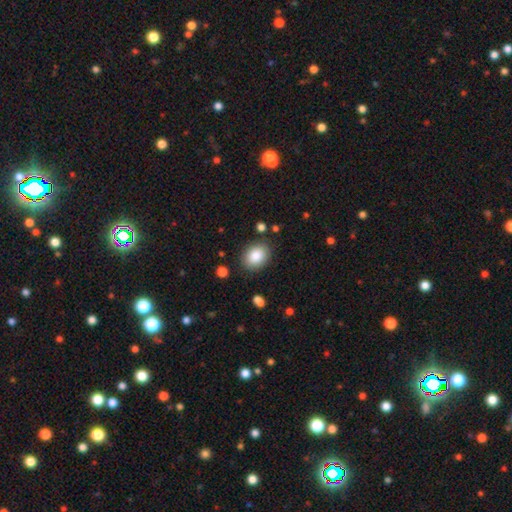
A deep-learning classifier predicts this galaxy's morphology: Smooth or featured: smooth — 86% (star or artifact — 7%)
How rounded: in between — 67% (round — 32%)
Merging: none — 85% (minor disturbance — 10%)